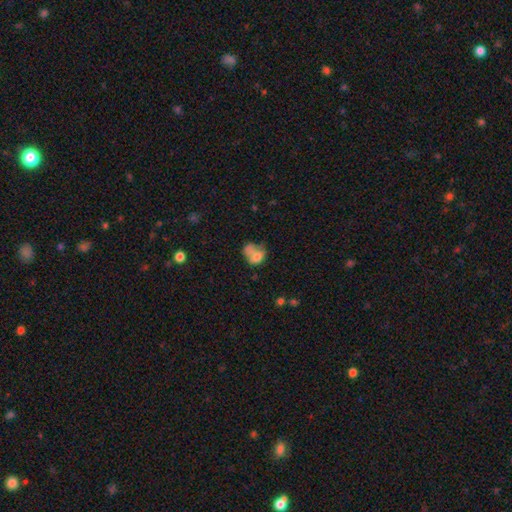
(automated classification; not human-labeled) This is likely a smooth galaxy (66%). How rounded: likely in between (60%). Merging: marginally merger (39%).